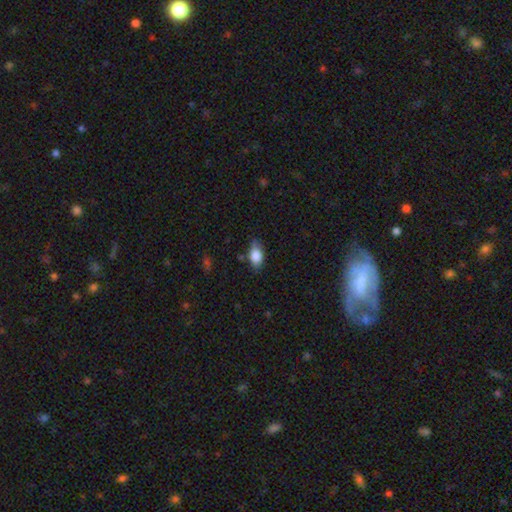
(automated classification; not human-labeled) Smooth or featured? smooth (82%)
How rounded? in between (87%)
Merging? none (67%)